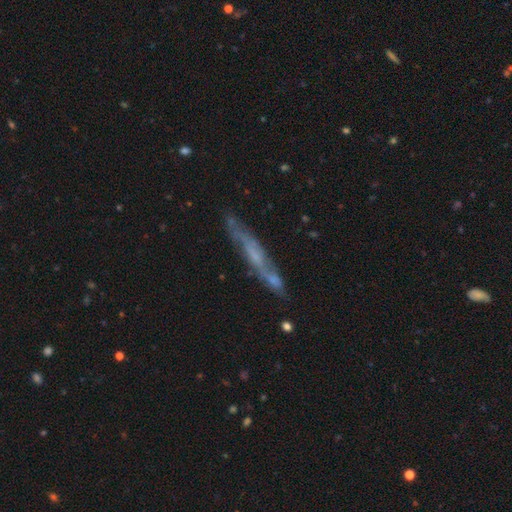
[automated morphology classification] This appears to be a featured or disk galaxy (59%) viewed edge-on (77%). Merging: none (70%).